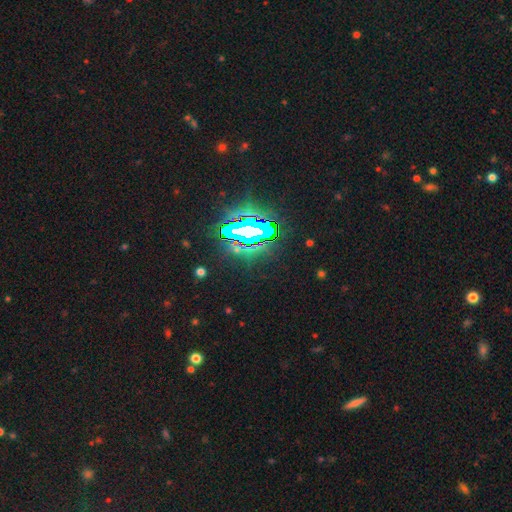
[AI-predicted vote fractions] The model was most divided on "smooth or featured": star or artifact: 82%, smooth: 11%, featured or disk: 7%.